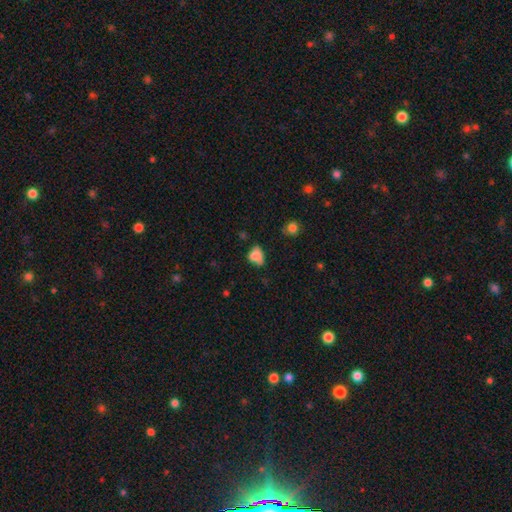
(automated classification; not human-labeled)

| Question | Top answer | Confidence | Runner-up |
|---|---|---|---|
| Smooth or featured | smooth | 77% | featured or disk (12%) |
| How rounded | in between | 61% | round (38%) |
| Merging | none | 42% | minor disturbance (38%) |